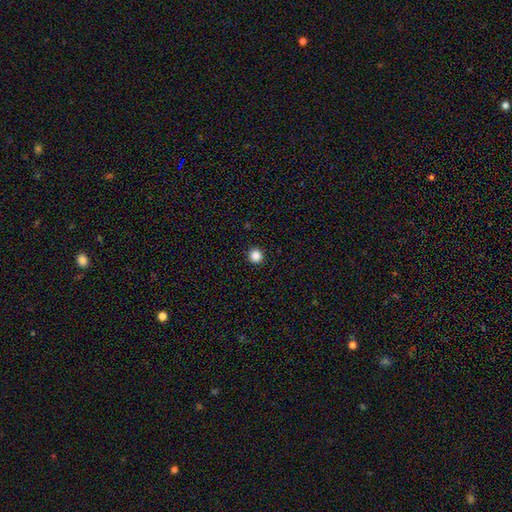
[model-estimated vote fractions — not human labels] Smooth or featured? Predicted: smooth (p=0.86). How rounded? Predicted: round (p=0.95). Merging? Predicted: none (p=0.93).